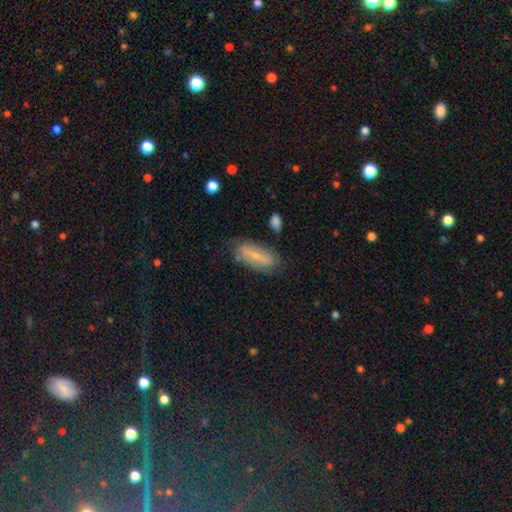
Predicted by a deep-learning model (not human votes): Q: Smooth or featured?
A: featured or disk (54%); runner-up: smooth (39%)
Q: Edge-on disk?
A: no (82%); runner-up: yes (18%)
Q: Merging?
A: none (74%); runner-up: minor disturbance (18%)